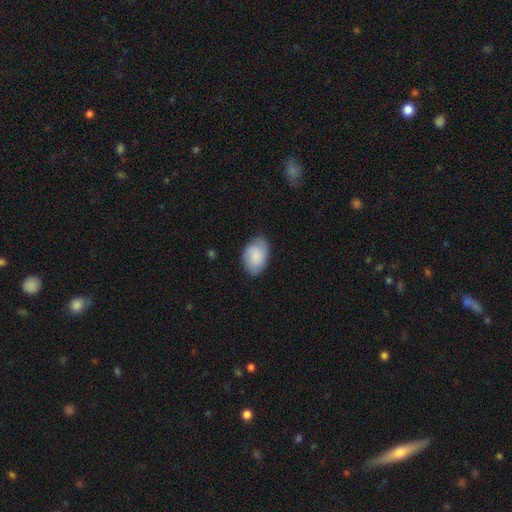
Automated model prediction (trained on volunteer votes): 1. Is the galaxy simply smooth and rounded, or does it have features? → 75% smooth, 19% featured or disk, 6% star or artifact.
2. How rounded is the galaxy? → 88% in between, 10% round, 1% cigar-shaped.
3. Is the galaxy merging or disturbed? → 74% none, 20% minor disturbance, 4% major disturbance, 1% merger.